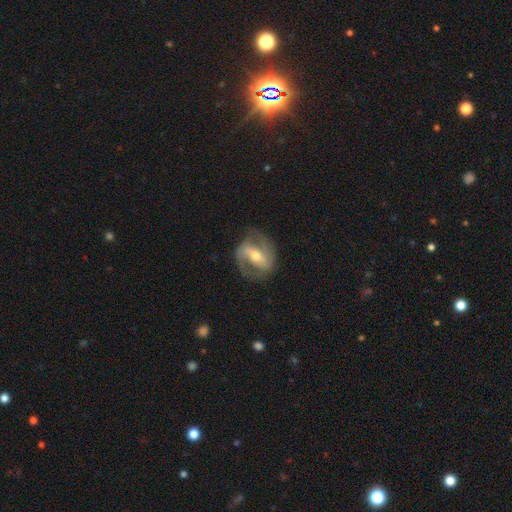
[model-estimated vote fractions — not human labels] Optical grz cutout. It shows a featured or disk galaxy (83%) with a strong bar (47%), 2 (88%) medium (51%) spiral arms (91%) and a moderate central bulge (62%). Merging: none (76%).